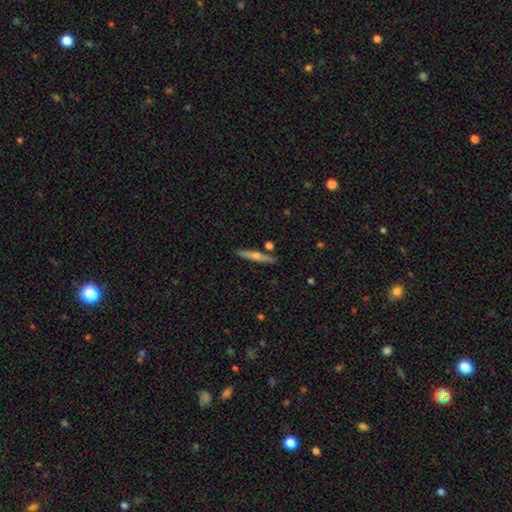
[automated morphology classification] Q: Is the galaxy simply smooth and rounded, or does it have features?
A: featured or disk — 65%.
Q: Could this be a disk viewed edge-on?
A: yes — 96%.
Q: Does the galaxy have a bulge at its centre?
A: rounded — 85%.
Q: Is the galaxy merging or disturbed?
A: none — 88%.